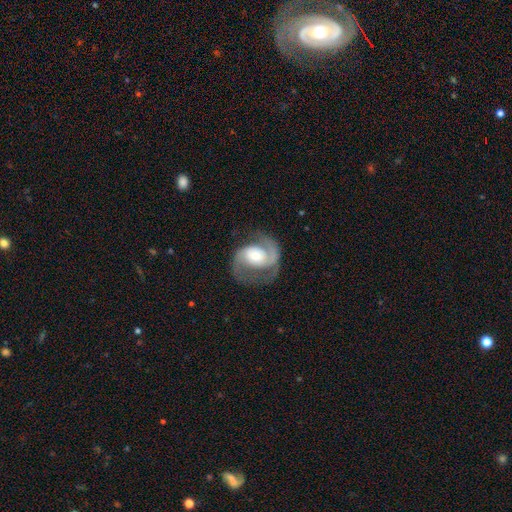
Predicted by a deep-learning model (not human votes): Smooth or featured?
  - featured or disk: 88% *
  - smooth: 7%
  - star or artifact: 5%
Edge-on disk?
  - no: 98% *
  - yes: 2%
Bar?
  - no: 53% *
  - weak: 34%
  - strong: 13%
Spiral arms?
  - yes: 96% *
  - no: 4%
Spiral winding?
  - medium: 56% *
  - tight: 25%
  - loose: 20%
Spiral arm count?
  - 2: 90% *
  - 1: 3%
  - can't tell: 3%
  - 3: 1%
  - 4: 1%
  - more than 4: 1%
Bulge size?
  - moderate: 54% *
  - small: 25%
  - large: 17%
  - dominant: 2%
  - none: 2%
Merging?
  - none: 70% *
  - minor disturbance: 16%
  - major disturbance: 12%
  - merger: 1%